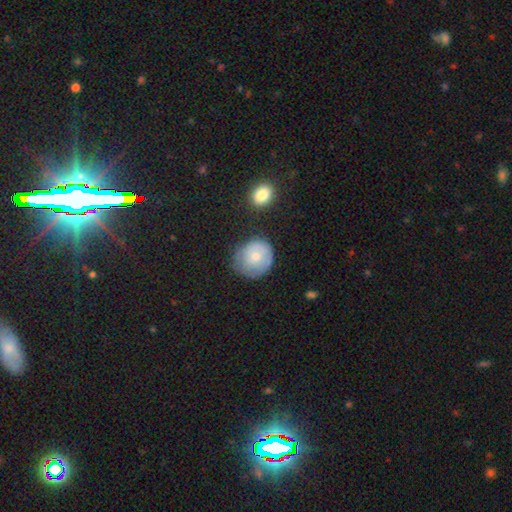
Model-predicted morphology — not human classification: Overall: smooth (65%; featured or disk 28%). How rounded: round (79%). Merging: none (57%; minor disturbance 29%).